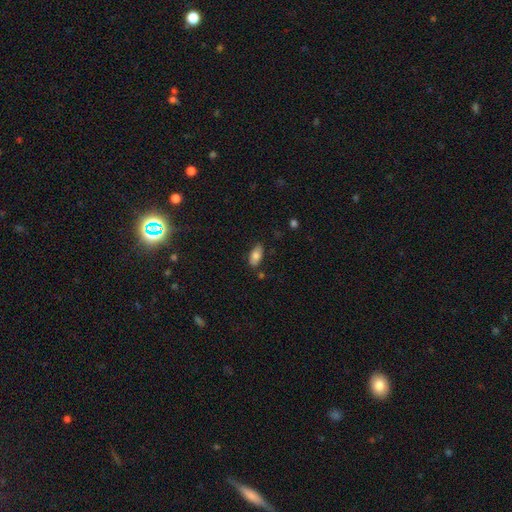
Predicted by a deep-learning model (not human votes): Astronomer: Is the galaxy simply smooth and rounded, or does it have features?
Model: smooth — 77%.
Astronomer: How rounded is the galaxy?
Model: in between — 90%.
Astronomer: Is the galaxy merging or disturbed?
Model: none — 79%.